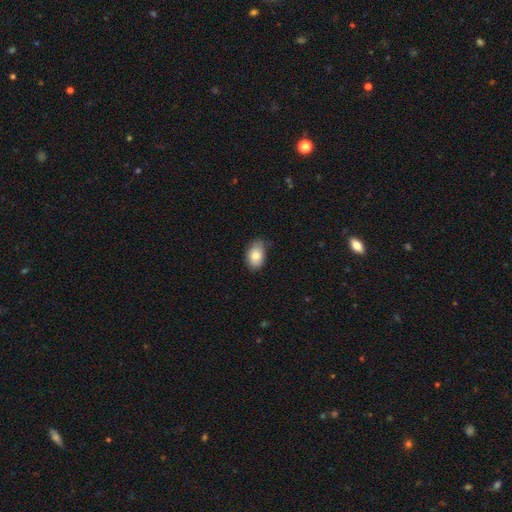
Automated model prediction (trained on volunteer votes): Smooth or featured? Predicted: smooth (p=0.83). How rounded? Predicted: in between (p=0.86). Merging? Predicted: none (p=0.70).